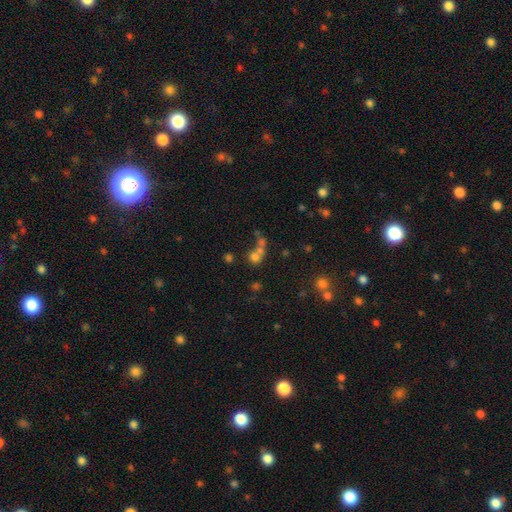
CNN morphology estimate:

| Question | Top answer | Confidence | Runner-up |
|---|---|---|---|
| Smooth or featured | smooth | 59% | star or artifact (24%) |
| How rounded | round | 80% | in between (19%) |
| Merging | merger | 47% | none (40%) |